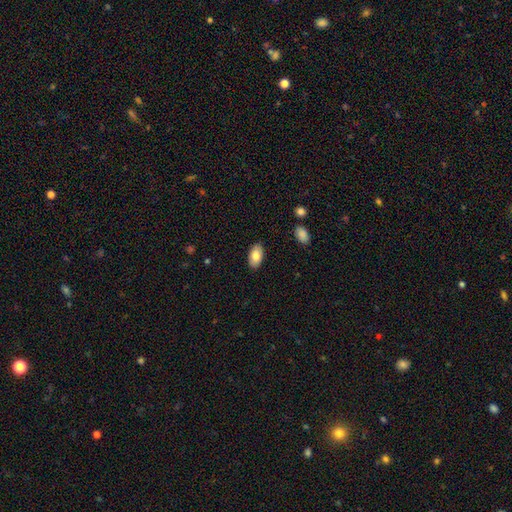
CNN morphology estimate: The model was most divided on "smooth or featured": smooth: 80%, featured or disk: 14%, star or artifact: 6%. More confident: how rounded — in between (94%); merging — none (88%).